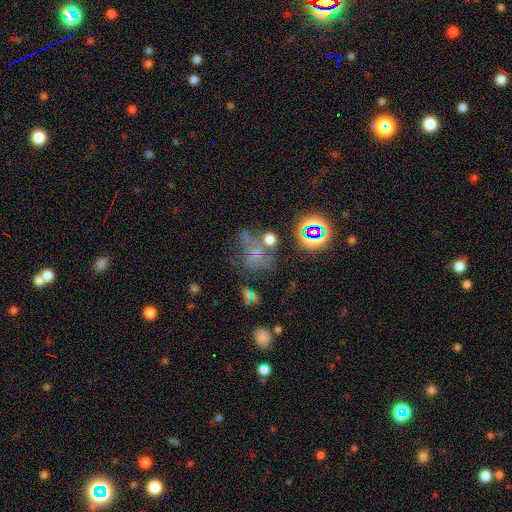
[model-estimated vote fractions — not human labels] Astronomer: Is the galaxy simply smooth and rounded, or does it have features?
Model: featured or disk — 35% (runner-up: star or artifact, 33%).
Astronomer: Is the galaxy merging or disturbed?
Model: none — 38% (runner-up: major disturbance, 28%).